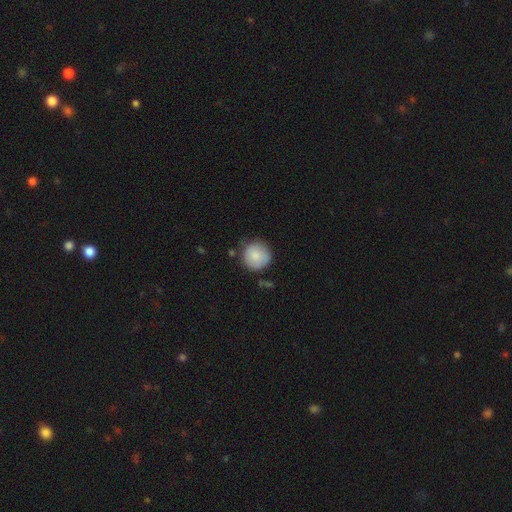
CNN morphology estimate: Smooth or featured?
  - smooth: 84% *
  - featured or disk: 10%
  - star or artifact: 7%
How rounded?
  - round: 94% *
  - in between: 5%
  - cigar-shaped: 1%
Merging?
  - none: 74% *
  - minor disturbance: 18%
  - major disturbance: 4%
  - merger: 3%